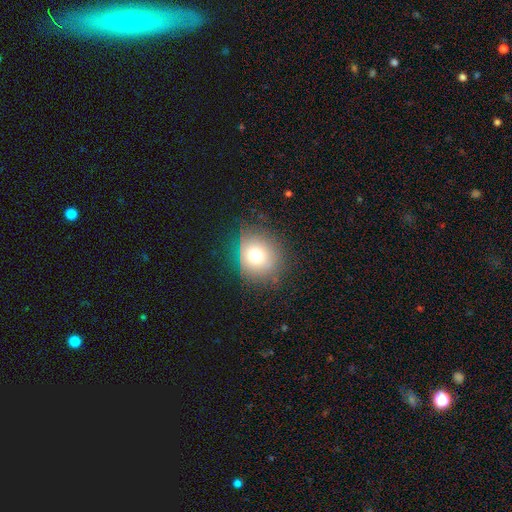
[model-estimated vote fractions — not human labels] Smooth or featured: smooth — 71% (featured or disk — 15%)
How rounded: round — 78% (in between — 21%)
Merging: none — 76% (minor disturbance — 16%)